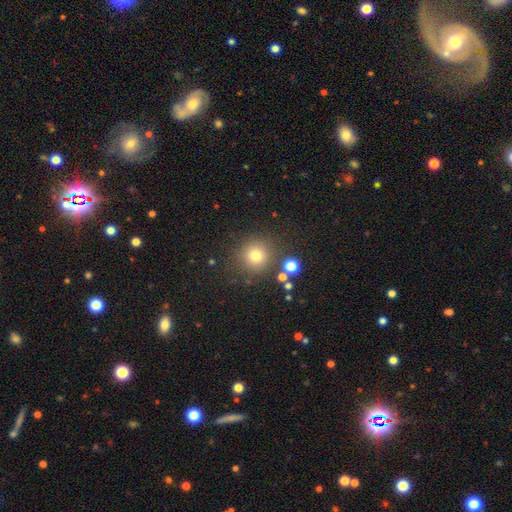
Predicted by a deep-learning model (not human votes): Smooth or featured: smooth — 75% (star or artifact — 16%)
How rounded: round — 93% (in between — 6%)
Merging: none — 83% (minor disturbance — 8%)